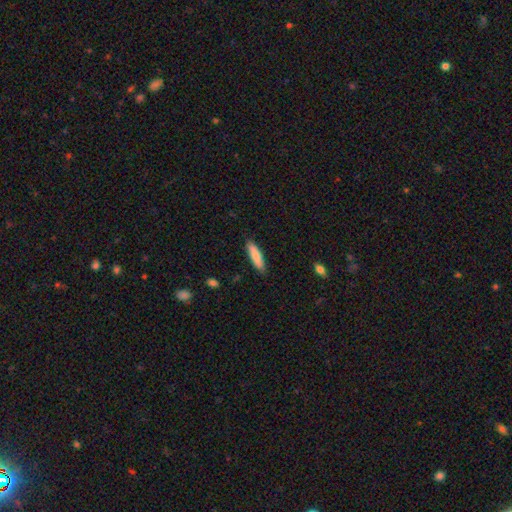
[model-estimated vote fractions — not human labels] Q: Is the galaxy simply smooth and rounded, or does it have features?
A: smooth — 82%.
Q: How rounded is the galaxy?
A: cigar-shaped — 69%.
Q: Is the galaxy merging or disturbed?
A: none — 87%.